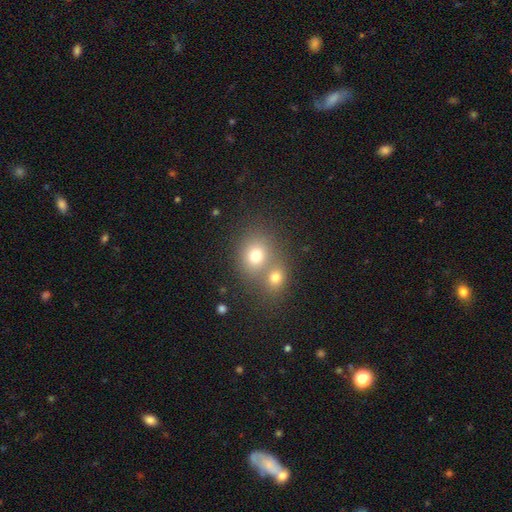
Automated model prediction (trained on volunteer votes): The model was most divided on "merging": merger: 47%, none: 42%, minor disturbance: 7%, major disturbance: 3%. More confident: smooth or featured — smooth (74%); how rounded — round (69%).